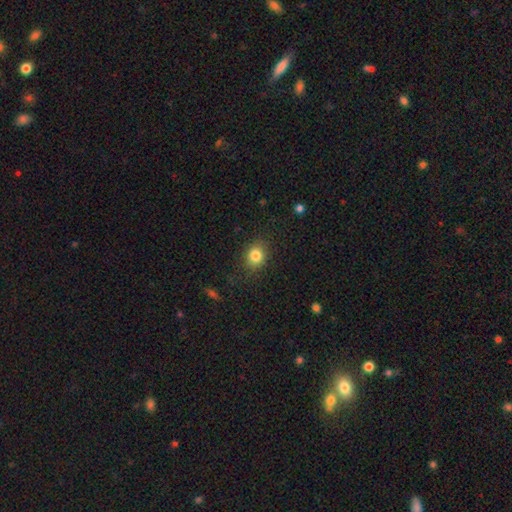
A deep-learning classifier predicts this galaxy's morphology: Smooth or featured? Predicted: smooth (p=0.83). How rounded? Predicted: round (p=0.65). Merging? Predicted: none (p=0.83).